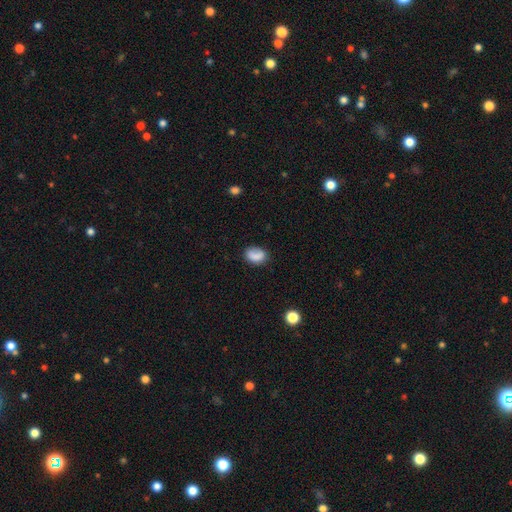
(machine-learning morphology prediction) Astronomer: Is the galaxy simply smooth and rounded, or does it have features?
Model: smooth — 81%.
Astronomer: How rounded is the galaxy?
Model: in between — 74%.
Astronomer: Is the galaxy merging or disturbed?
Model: none — 69%.